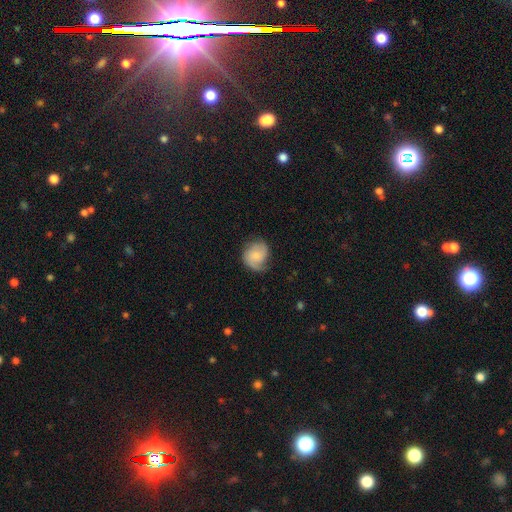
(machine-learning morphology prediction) Smooth or featured? Predicted: featured or disk (p=0.49). Merging? Predicted: none (p=0.58).